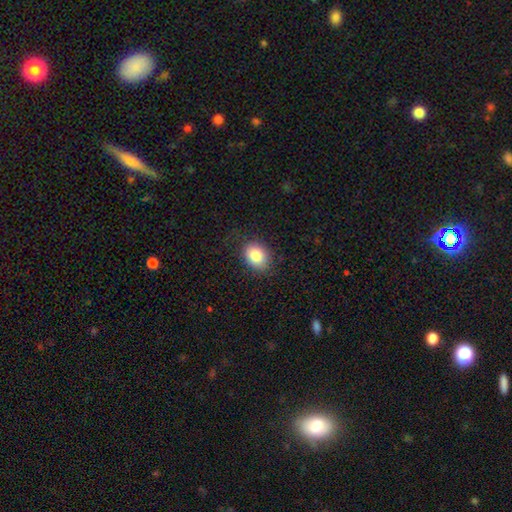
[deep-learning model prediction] The model was most divided on "how rounded": in between: 60%, round: 39%, cigar-shaped: 1%. More confident: smooth or featured — smooth (85%); merging — none (80%).